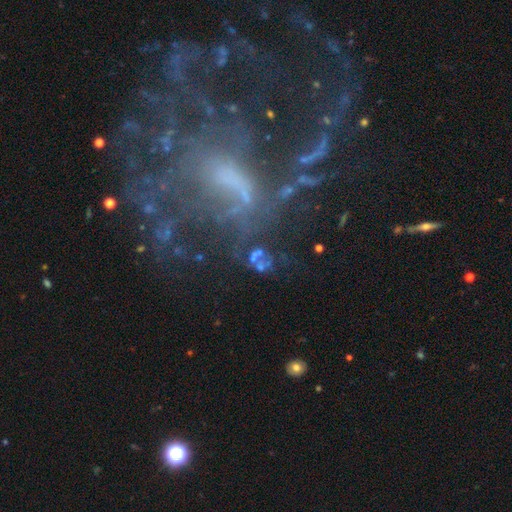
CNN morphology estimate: Smooth or featured? featured or disk (40%)
Merging? none (52%)